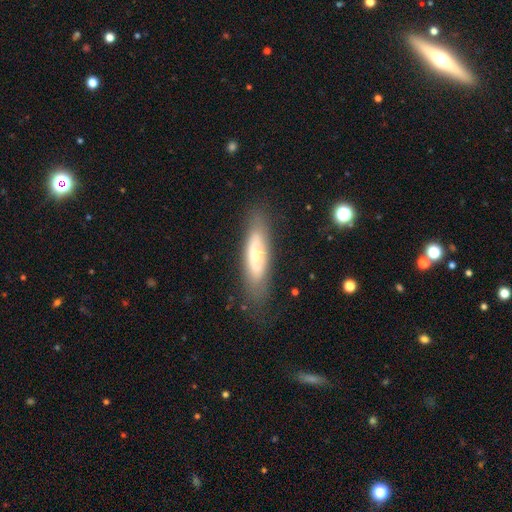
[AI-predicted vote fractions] A featured or disk galaxy (53%).

Vote fractions:
- Smooth or featured? featured or disk: 53% / smooth: 40% / star or artifact: 7%
- Edge-on disk? no: 64% / yes: 36%
- Merging? none: 77% / minor disturbance: 16% / major disturbance: 6% / merger: 2%